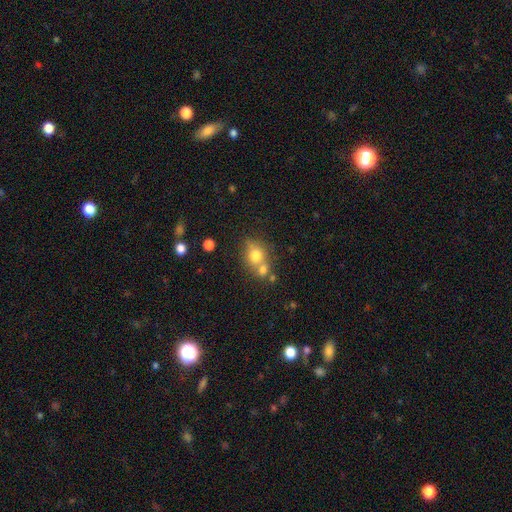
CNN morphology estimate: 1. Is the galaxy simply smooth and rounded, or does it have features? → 73% smooth, 16% featured or disk, 12% star or artifact.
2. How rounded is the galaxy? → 66% round, 33% in between, 1% cigar-shaped.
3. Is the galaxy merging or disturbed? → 43% none, 41% merger, 12% minor disturbance, 5% major disturbance.